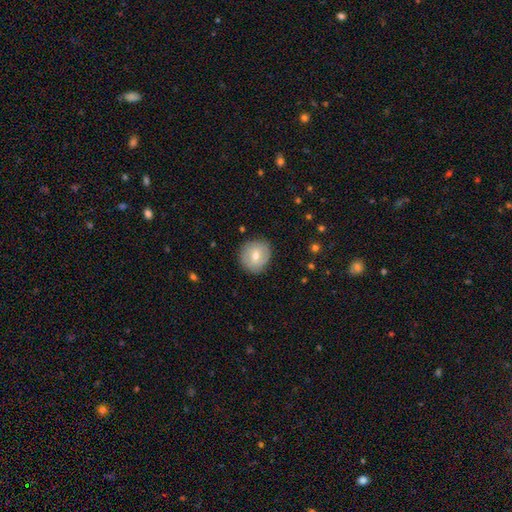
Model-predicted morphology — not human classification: Smooth or featured: smooth — 55% (featured or disk — 37%)
How rounded: round — 88% (in between — 11%)
Merging: none — 86% (minor disturbance — 10%)